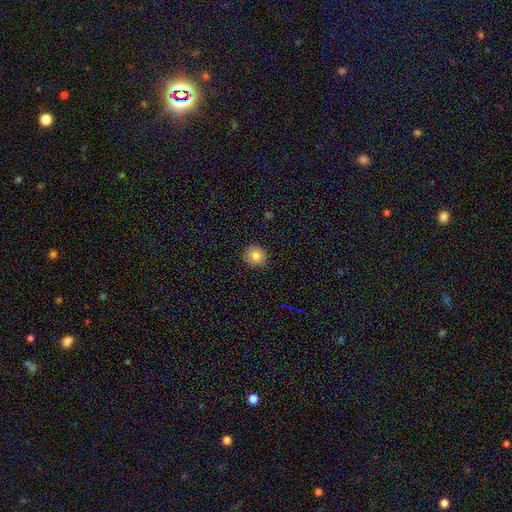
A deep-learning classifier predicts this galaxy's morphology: smooth 82%, star or artifact 10%, featured or disk 7%. Down the decision tree: how rounded — round (91%); merging — none (89%).